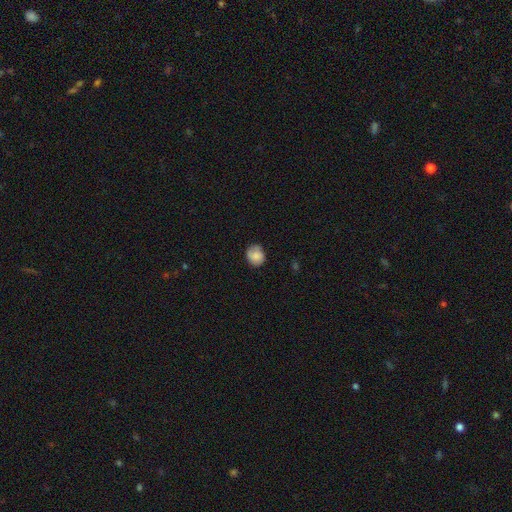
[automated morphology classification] This appears to be a smooth galaxy with no disk features (80%) that is round (73%). Merging: none (75%).